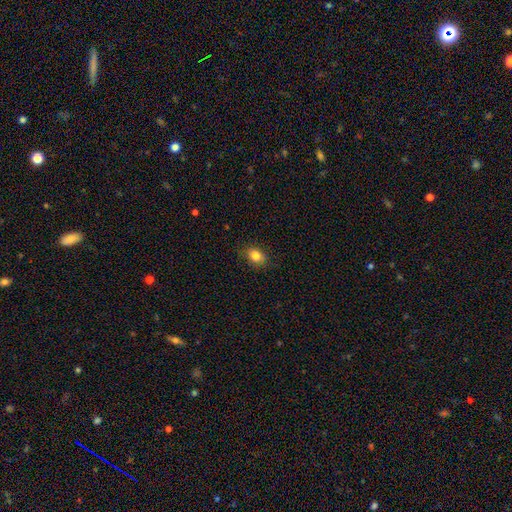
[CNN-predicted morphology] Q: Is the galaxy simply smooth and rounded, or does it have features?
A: smooth — 83%.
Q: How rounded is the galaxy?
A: in between — 66%.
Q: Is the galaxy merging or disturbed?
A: none — 85%.